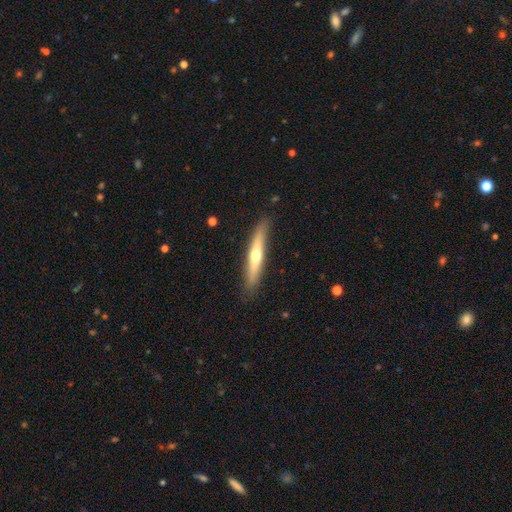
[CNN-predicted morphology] Smooth or featured? Predicted: featured or disk (p=0.49). Merging? Predicted: none (p=0.87).